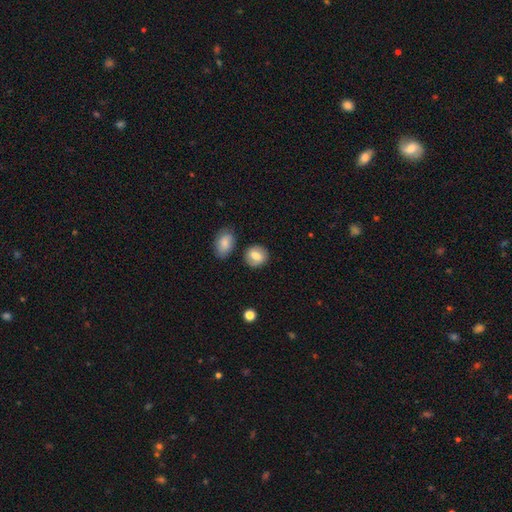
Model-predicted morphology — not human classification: Q: Smooth or featured?
A: smooth (75%); runner-up: featured or disk (18%)
Q: How rounded?
A: round (67%); runner-up: in between (31%)
Q: Merging?
A: none (81%); runner-up: minor disturbance (11%)